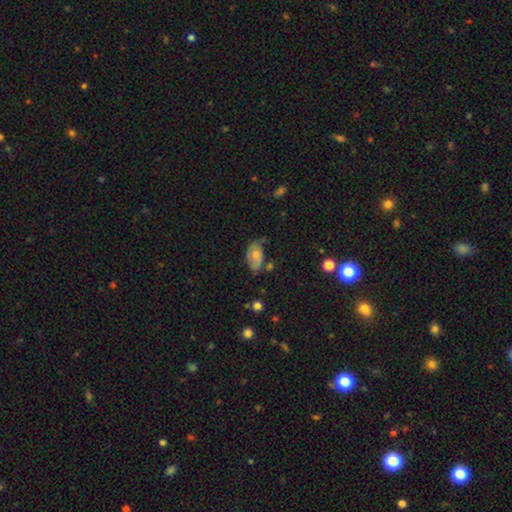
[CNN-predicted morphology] Q: Smooth or featured?
A: smooth (54%); runner-up: featured or disk (38%)
Q: How rounded?
A: in between (91%); runner-up: round (7%)
Q: Merging?
A: none (48%); runner-up: minor disturbance (33%)